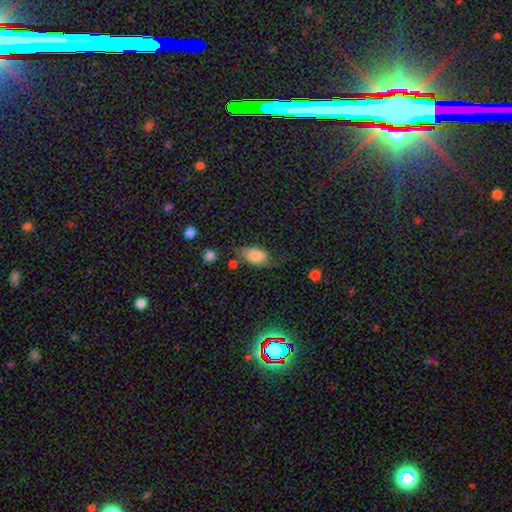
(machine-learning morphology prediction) smooth 75%, featured or disk 16%, star or artifact 9%. Down the decision tree: how rounded — in between (91%); merging — none (50%).